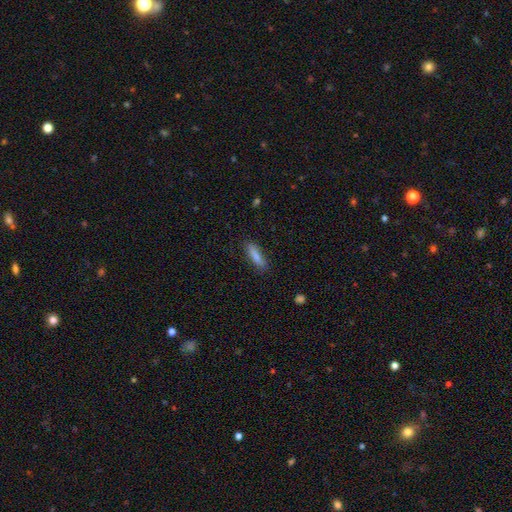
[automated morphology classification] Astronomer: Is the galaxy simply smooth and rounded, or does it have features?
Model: smooth — 84%.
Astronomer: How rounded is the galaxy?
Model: cigar-shaped — 70%.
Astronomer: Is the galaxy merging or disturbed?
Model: none — 82%.